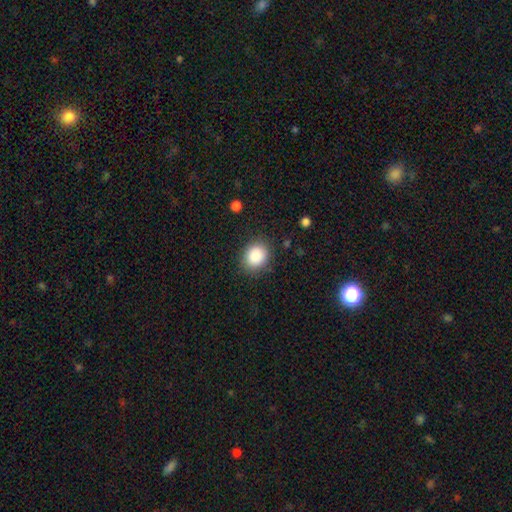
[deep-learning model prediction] smooth-or-featured: smooth: 87% | star or artifact: 9% | featured or disk: 4%
  how-rounded: round: 64% | in between: 35% | cigar-shaped: 1%
  merging: none: 85% | minor disturbance: 10% | major disturbance: 3% | merger: 1%